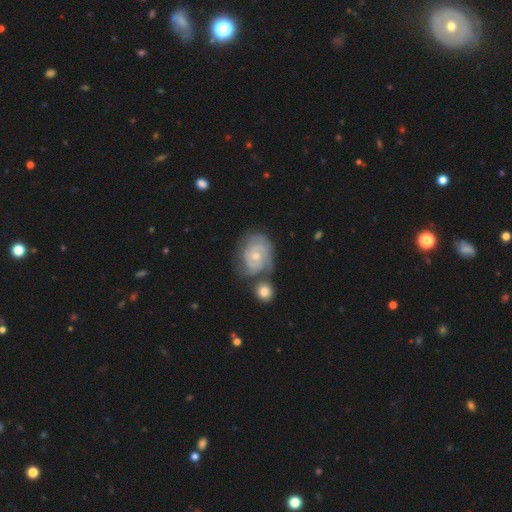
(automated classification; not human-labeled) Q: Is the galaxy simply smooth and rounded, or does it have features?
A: featured or disk — 83%.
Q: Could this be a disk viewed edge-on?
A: no — 97%.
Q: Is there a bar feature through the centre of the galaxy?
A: no — 71%.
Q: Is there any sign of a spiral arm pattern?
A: yes — 95%.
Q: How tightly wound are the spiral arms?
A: tight — 69%.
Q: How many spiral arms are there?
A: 2 — 35%.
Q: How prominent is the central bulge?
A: small — 59%.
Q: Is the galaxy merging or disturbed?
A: none — 58%.